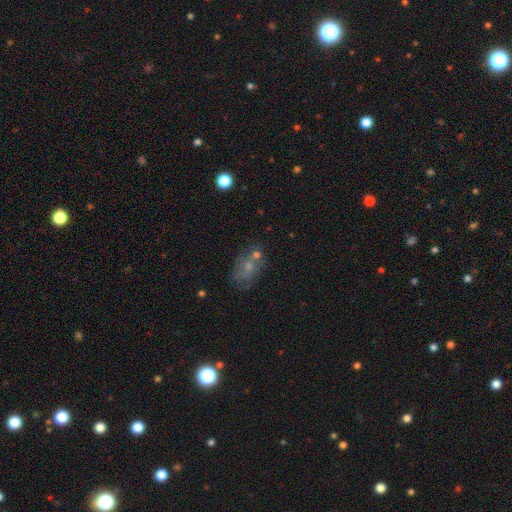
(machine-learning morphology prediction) Smooth or featured? smooth (48%)
Merging? none (49%)